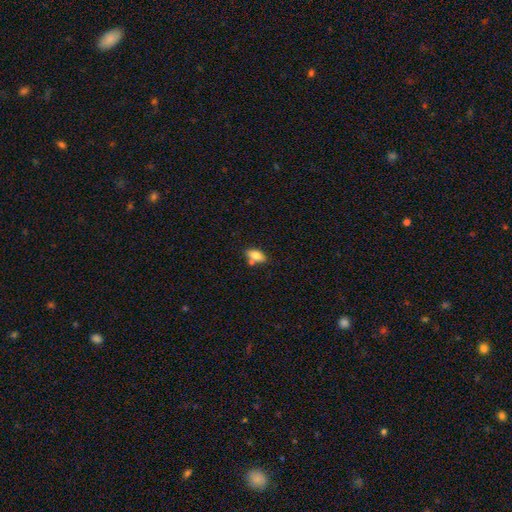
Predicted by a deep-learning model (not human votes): The model was most divided on "merging": none: 66%, merger: 15%, minor disturbance: 15%, major disturbance: 3%. More confident: how rounded — in between (87%); smooth or featured — smooth (78%).